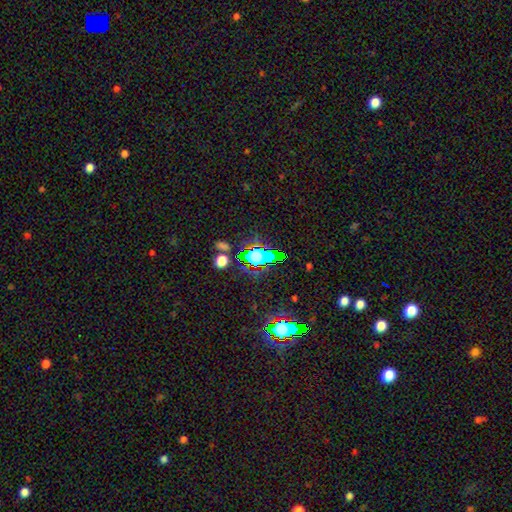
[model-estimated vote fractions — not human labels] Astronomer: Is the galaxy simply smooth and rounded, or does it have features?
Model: star or artifact — 53% (runner-up: smooth, 36%).